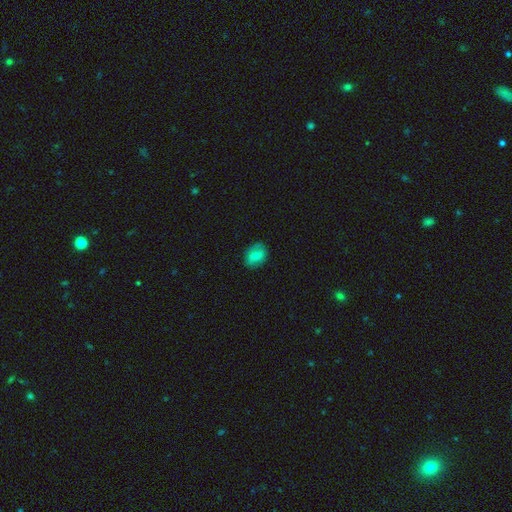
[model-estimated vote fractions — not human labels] smooth 71%, featured or disk 21%, star or artifact 8%. Down the decision tree: how rounded — in between (65%); merging — none (81%).